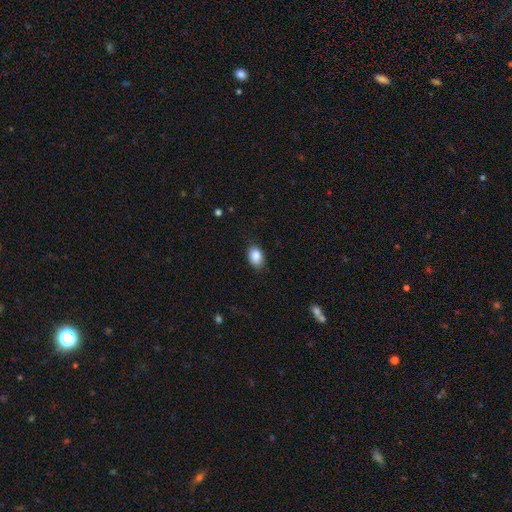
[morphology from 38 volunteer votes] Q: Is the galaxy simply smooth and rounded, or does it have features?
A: smooth — 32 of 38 (84%).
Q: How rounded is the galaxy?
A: in between — 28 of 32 (88%).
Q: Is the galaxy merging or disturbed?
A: none — 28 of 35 (80%).